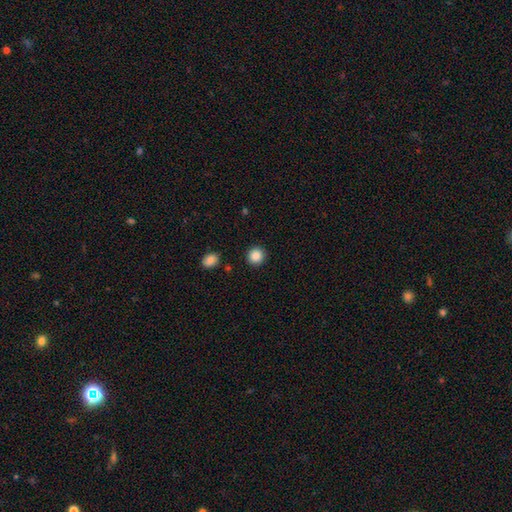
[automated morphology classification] Smooth or featured? smooth (87%)
How rounded? round (92%)
Merging? none (91%)